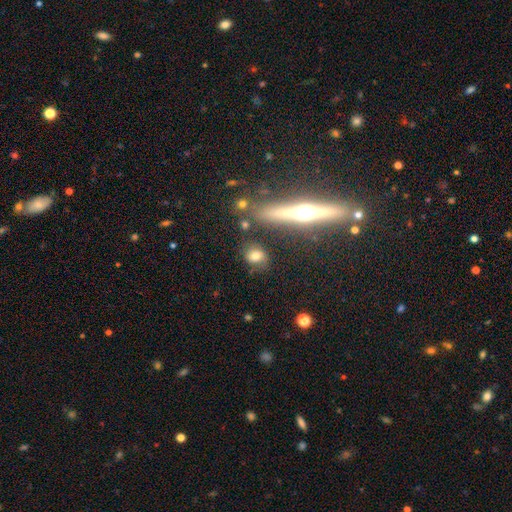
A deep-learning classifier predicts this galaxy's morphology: type=smooth (67%); roundness=round (55%); merging=none (72%).